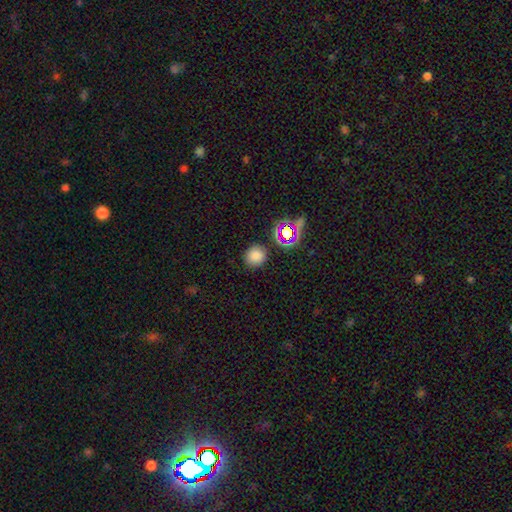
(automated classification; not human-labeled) The model was most divided on "smooth or featured": smooth: 77%, star or artifact: 17%, featured or disk: 5%. More confident: merging — none (86%); how rounded — round (85%).